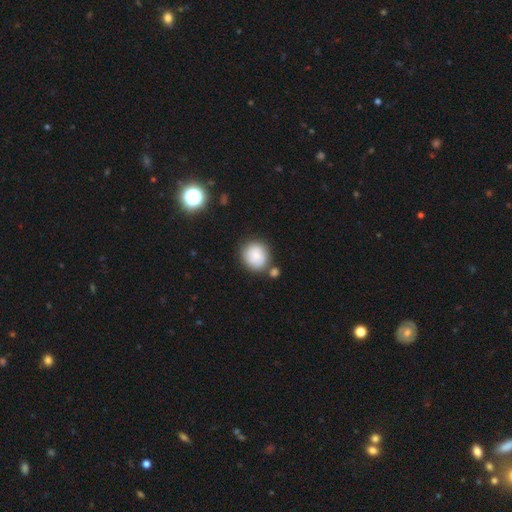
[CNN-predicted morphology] Smooth or featured? smooth (76%)
How rounded? round (87%)
Merging? none (70%)